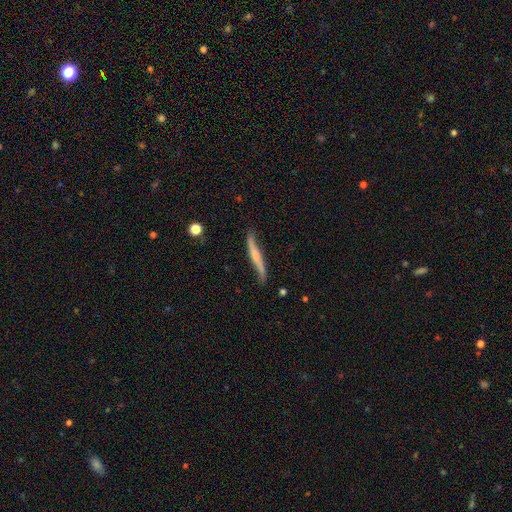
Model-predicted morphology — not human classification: Overall: featured or disk (62%; smooth 32%). Edge-on disk: yes (76%). Merging: none (68%).